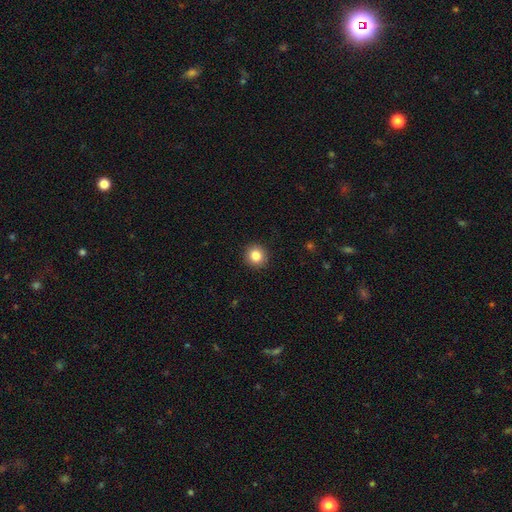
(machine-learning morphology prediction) smooth 85%, star or artifact 10%, featured or disk 6%. Down the decision tree: how rounded — round (92%); merging — none (92%).